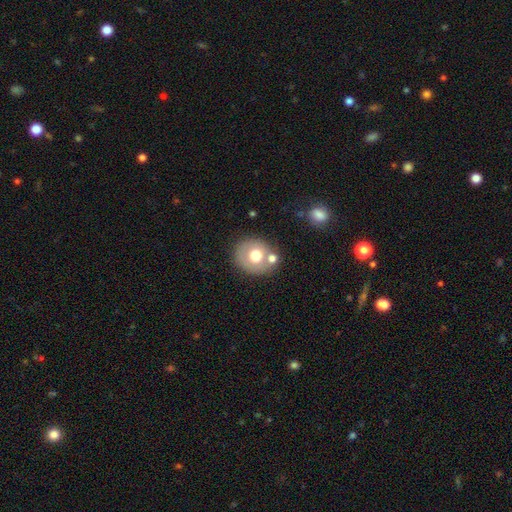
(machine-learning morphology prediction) A smooth galaxy with no disk features (64%) that is round (77%).

Vote fractions:
- Smooth or featured? smooth: 64% / featured or disk: 27% / star or artifact: 9%
- How rounded? round: 77% / in between: 22% / cigar-shaped: 1%
- Merging? none: 66% / merger: 17% / minor disturbance: 12% / major disturbance: 5%